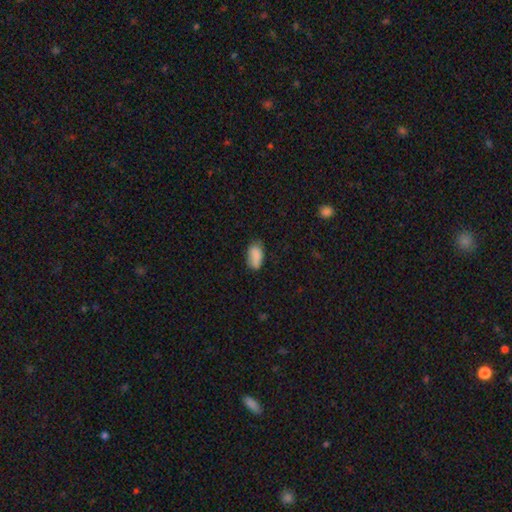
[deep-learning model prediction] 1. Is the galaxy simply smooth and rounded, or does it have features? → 86% smooth, 8% star or artifact, 7% featured or disk.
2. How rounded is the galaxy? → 93% in between, 4% round, 3% cigar-shaped.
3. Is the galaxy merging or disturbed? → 70% none, 23% minor disturbance, 5% major disturbance, 2% merger.